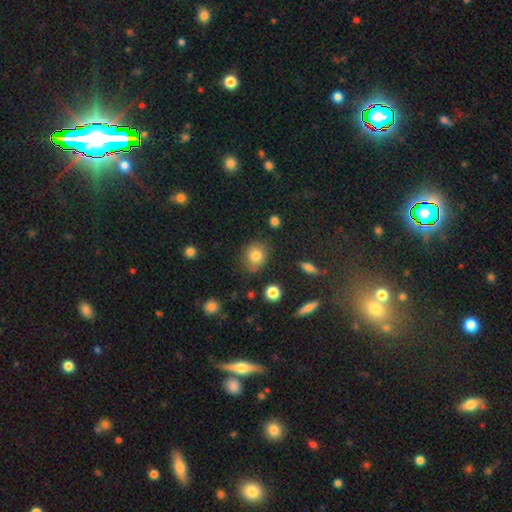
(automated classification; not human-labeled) smooth 79%, star or artifact 11%, featured or disk 10%. Down the decision tree: how rounded — round (71%); merging — none (70%).